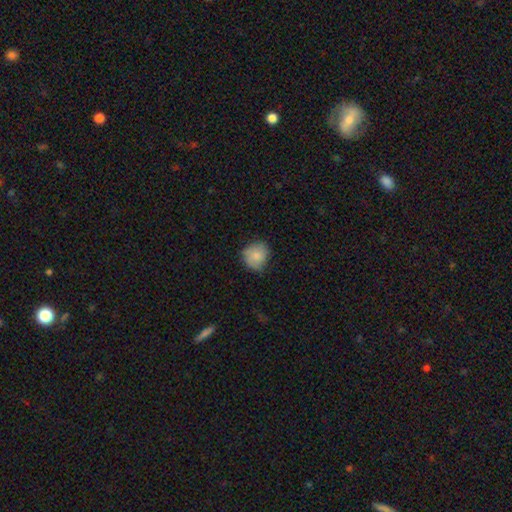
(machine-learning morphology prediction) This is clearly a smooth galaxy (81%). How rounded: clearly round (82%). Merging: likely none (66%).